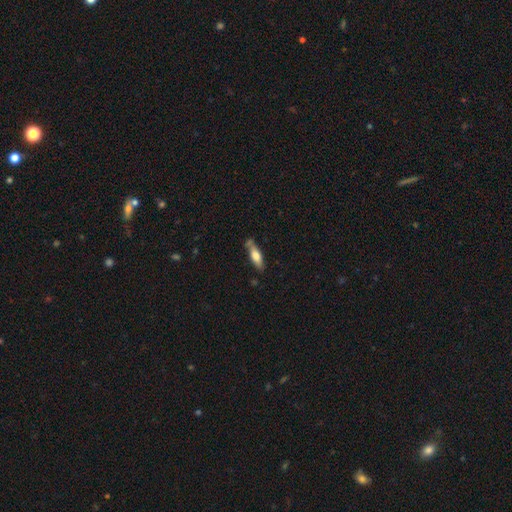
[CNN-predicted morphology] smooth 63%, featured or disk 31%, star or artifact 6%. Down the decision tree: how rounded — in between (50%); merging — none (65%).